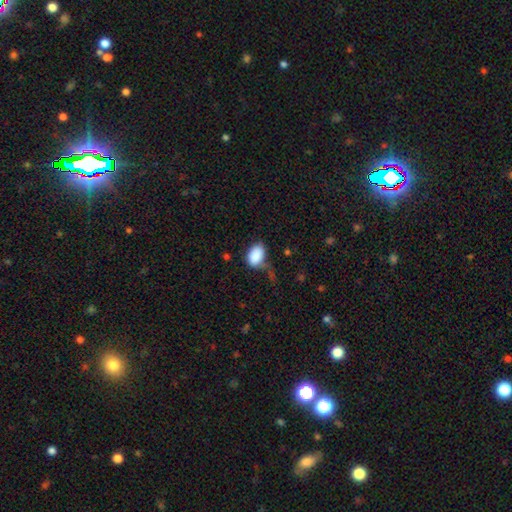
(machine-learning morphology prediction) A smooth galaxy with no disk features (88%) that is in between round and cigar-shaped (87%).

Vote fractions:
- Smooth or featured? smooth: 88% / star or artifact: 7% / featured or disk: 5%
- How rounded? in between: 87% / round: 12% / cigar-shaped: 1%
- Merging? none: 46% / minor disturbance: 29% / major disturbance: 18% / merger: 6%